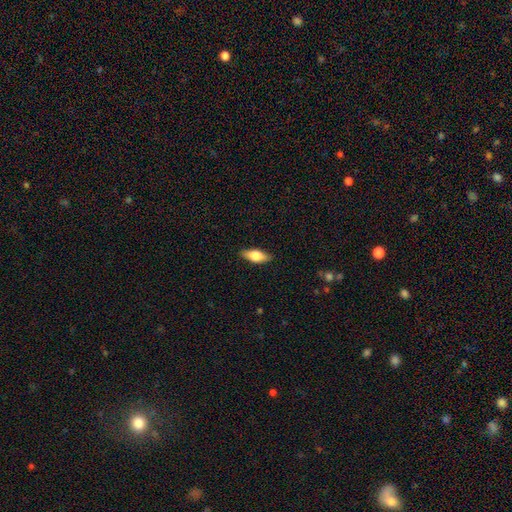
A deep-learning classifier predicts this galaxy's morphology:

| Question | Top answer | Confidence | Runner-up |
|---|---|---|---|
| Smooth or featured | smooth | 69% | featured or disk (25%) |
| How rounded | in between | 78% | cigar-shaped (19%) |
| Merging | none | 87% | minor disturbance (10%) |